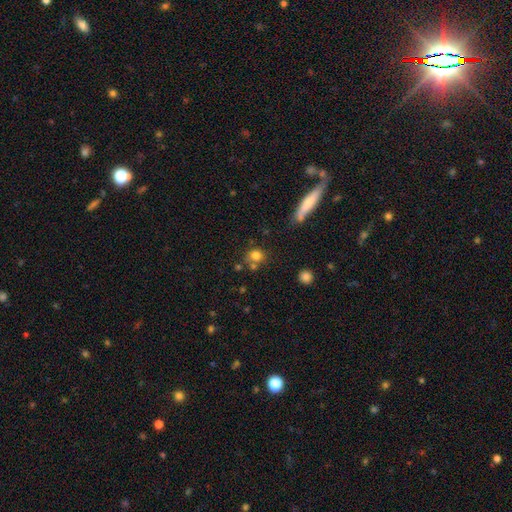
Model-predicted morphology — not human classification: Smooth or featured?
  - smooth: 78% *
  - star or artifact: 13%
  - featured or disk: 9%
How rounded?
  - round: 76% *
  - in between: 21%
  - cigar-shaped: 2%
Merging?
  - none: 61% *
  - merger: 21%
  - minor disturbance: 12%
  - major disturbance: 5%